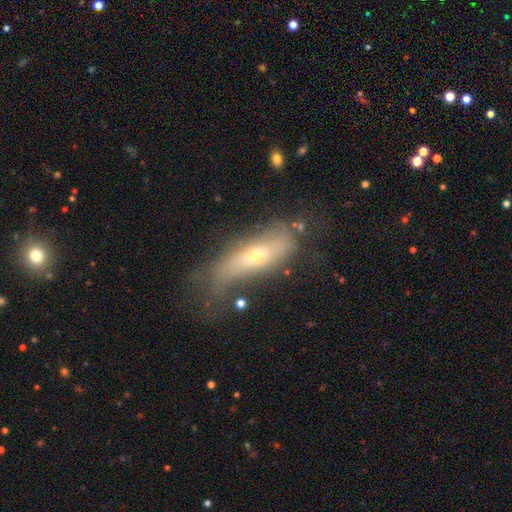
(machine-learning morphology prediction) Smooth or featured? featured or disk (47%)
Merging? none (45%)